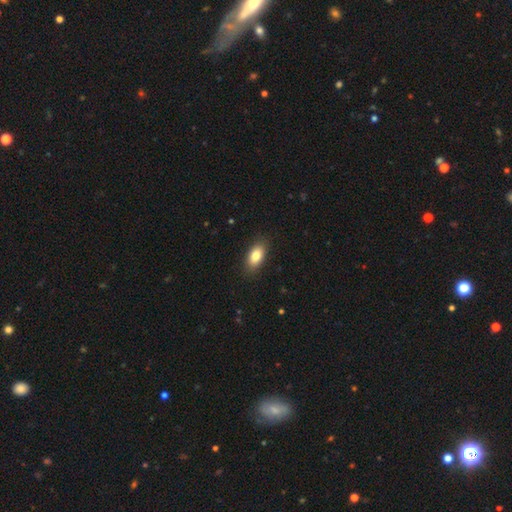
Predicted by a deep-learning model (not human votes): smooth 83%, featured or disk 10%, star or artifact 7%. Down the decision tree: how rounded — in between (90%); merging — none (88%).